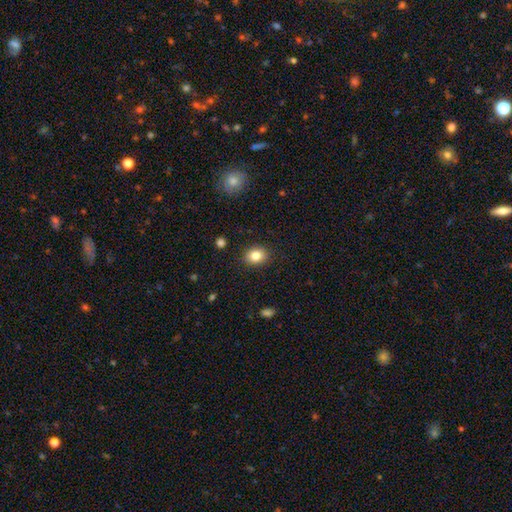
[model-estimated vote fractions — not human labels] smooth_or_featured: smooth (p=0.83) [alt: star or artifact p=0.09]
how_rounded: in between (p=0.51) [alt: round p=0.48]
merging: none (p=0.88) [alt: minor disturbance p=0.08]